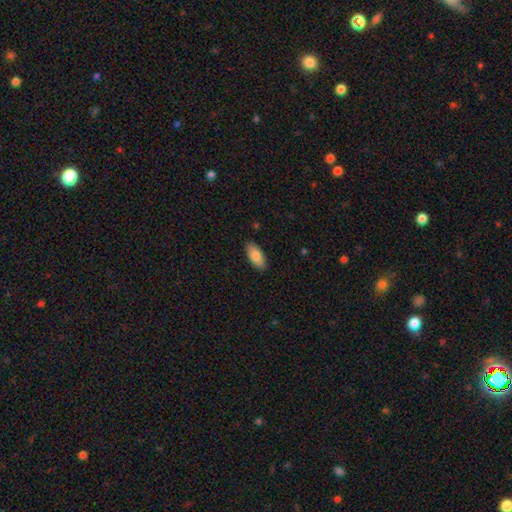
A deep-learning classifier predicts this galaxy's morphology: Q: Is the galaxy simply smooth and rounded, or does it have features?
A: smooth — 83%.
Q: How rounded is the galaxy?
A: in between — 89%.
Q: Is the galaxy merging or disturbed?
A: none — 88%.